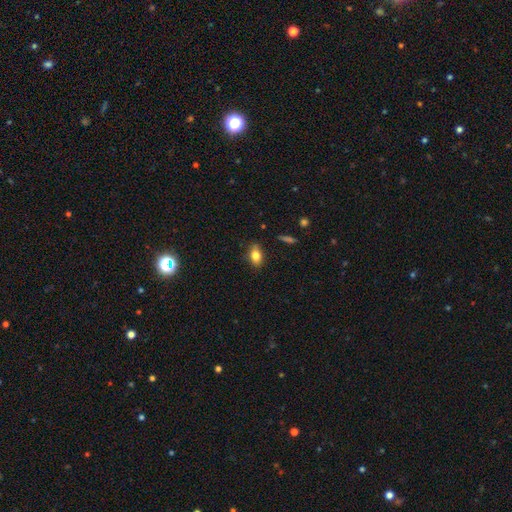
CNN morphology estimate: Smooth or featured?
  - smooth: 80% *
  - featured or disk: 11%
  - star or artifact: 9%
How rounded?
  - in between: 81% *
  - round: 15%
  - cigar-shaped: 4%
Merging?
  - none: 80% *
  - minor disturbance: 15%
  - major disturbance: 3%
  - merger: 2%